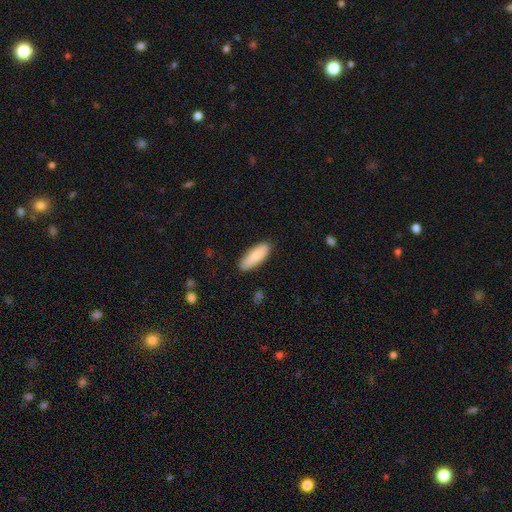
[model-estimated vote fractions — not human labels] Morphology: type=smooth (86%); roundness=in between (64%); merging=none (88%).